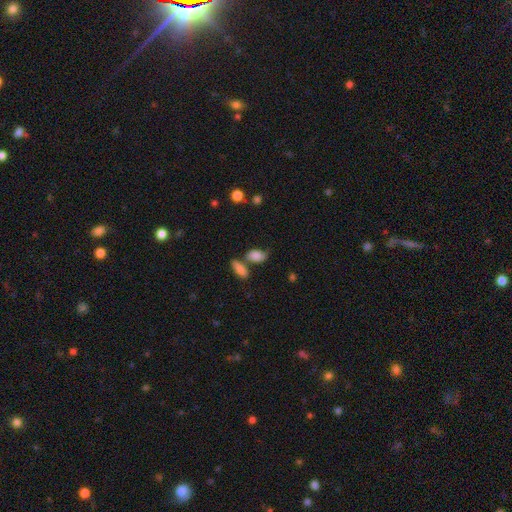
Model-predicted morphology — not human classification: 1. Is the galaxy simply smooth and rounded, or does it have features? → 81% smooth, 11% featured or disk, 9% star or artifact.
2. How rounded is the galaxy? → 88% in between, 8% round, 4% cigar-shaped.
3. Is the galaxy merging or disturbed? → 46% none, 27% merger, 20% minor disturbance, 7% major disturbance.